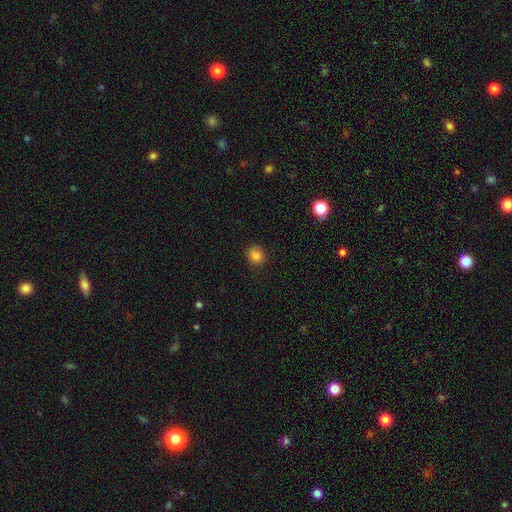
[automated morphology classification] Smooth or featured: smooth — 84% (star or artifact — 12%)
How rounded: round — 76% (in between — 23%)
Merging: none — 86% (minor disturbance — 10%)